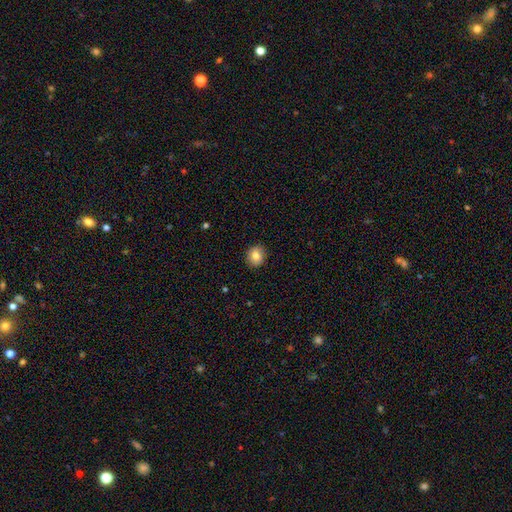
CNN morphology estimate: The model was most divided on "how rounded": round: 79%, in between: 20%, cigar-shaped: 1%. More confident: merging — none (91%); smooth or featured — smooth (82%).